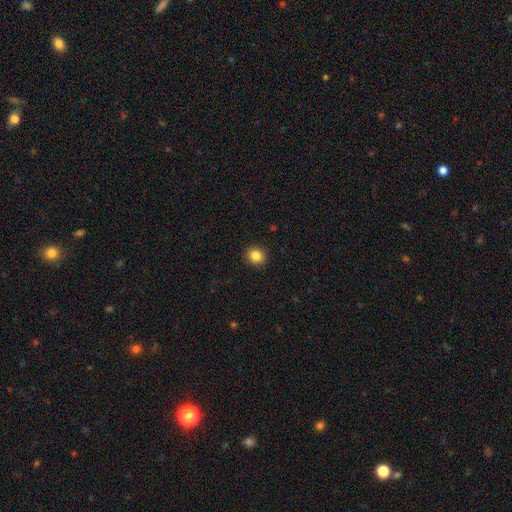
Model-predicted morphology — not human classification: Smooth or featured: smooth — 85% (star or artifact — 10%)
How rounded: round — 83% (in between — 16%)
Merging: none — 92% (minor disturbance — 5%)